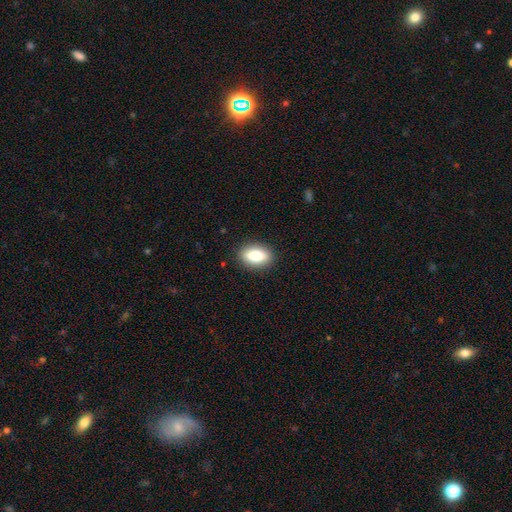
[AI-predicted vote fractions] smooth-or-featured: smooth: 80% | featured or disk: 12% | star or artifact: 8%
  how-rounded: in between: 86% | round: 10% | cigar-shaped: 3%
  merging: none: 89% | minor disturbance: 8% | major disturbance: 2% | merger: 1%